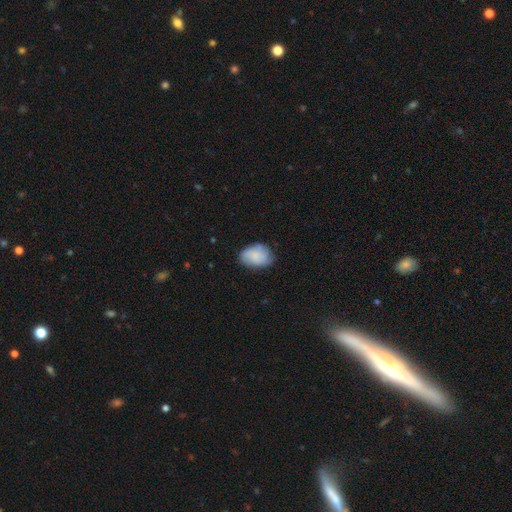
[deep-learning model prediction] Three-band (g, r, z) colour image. It shows a smooth galaxy with no disk features (68%) that is in between round and cigar-shaped (78%). Merging: none (70%).